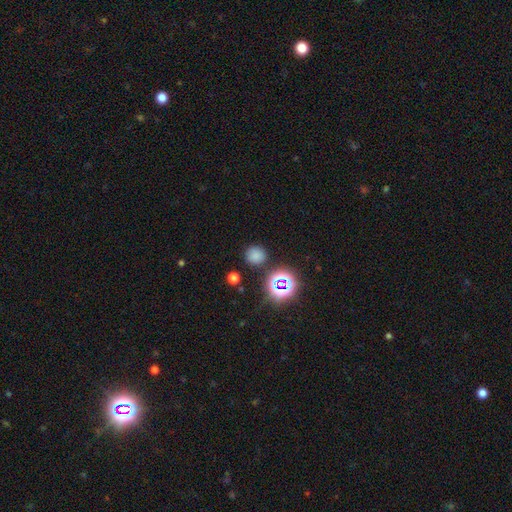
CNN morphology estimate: A smooth galaxy with no disk features (71%) that is round (88%).

Vote fractions:
- Smooth or featured? smooth: 71% / star or artifact: 23% / featured or disk: 6%
- How rounded? round: 88% / in between: 11% / cigar-shaped: 1%
- Merging? none: 84% / minor disturbance: 9% / merger: 4% / major disturbance: 3%